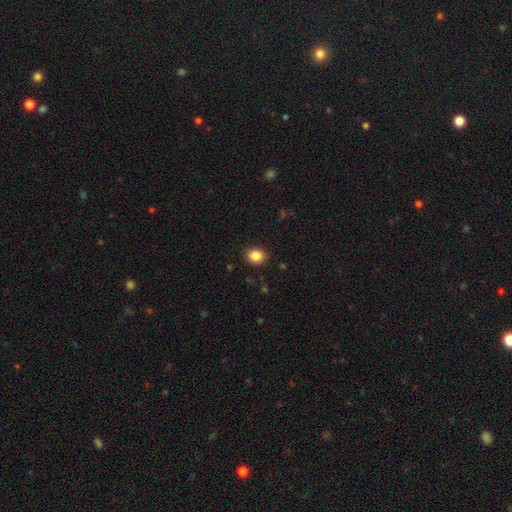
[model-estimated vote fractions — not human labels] Smooth or featured: smooth — 86% (star or artifact — 9%)
How rounded: round — 53% (in between — 46%)
Merging: none — 89% (minor disturbance — 8%)